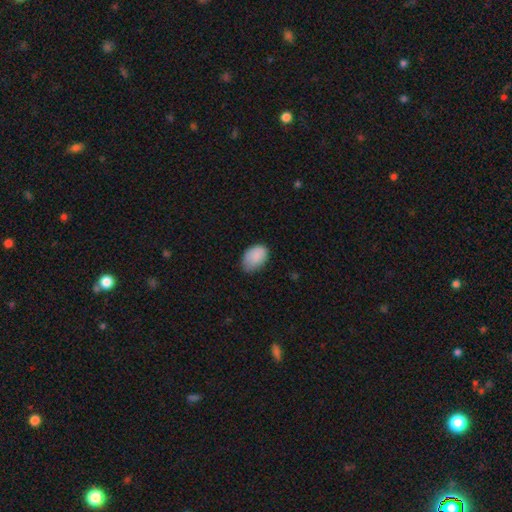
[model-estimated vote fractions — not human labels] The model was most divided on "merging": none: 64%, minor disturbance: 30%, major disturbance: 5%, merger: 1%. More confident: smooth or featured — smooth (88%); how rounded — in between (86%).